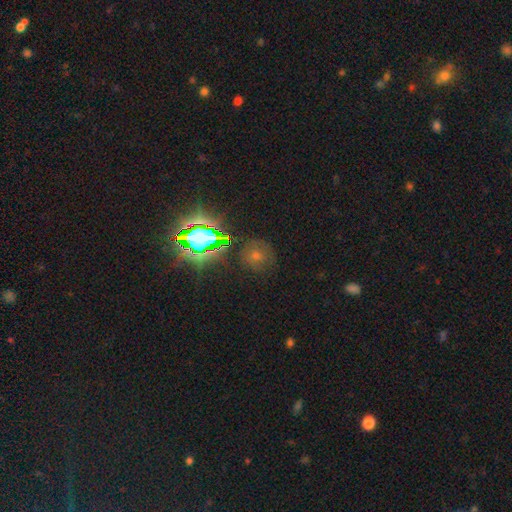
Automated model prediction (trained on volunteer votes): This is possibly a star or artifact rather than a galaxy (50%).